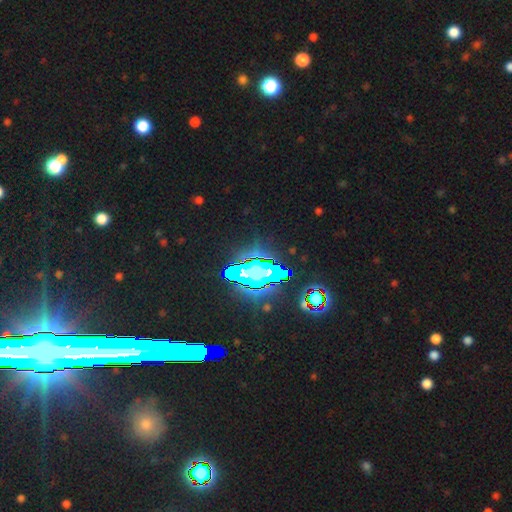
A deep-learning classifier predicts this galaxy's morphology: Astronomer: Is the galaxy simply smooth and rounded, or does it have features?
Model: star or artifact — 76%.